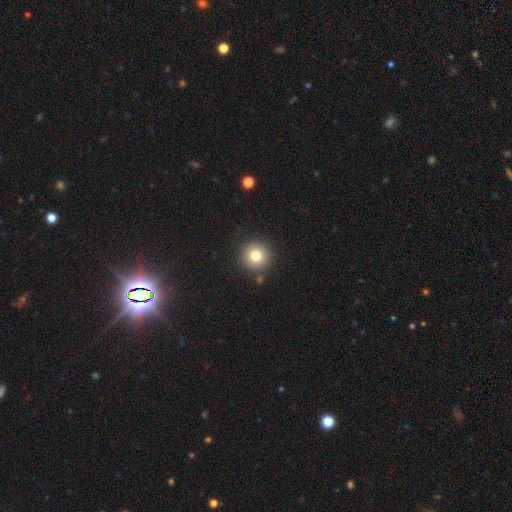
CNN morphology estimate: smooth 80%, star or artifact 11%, featured or disk 9%. Down the decision tree: how rounded — round (95%); merging — none (88%).